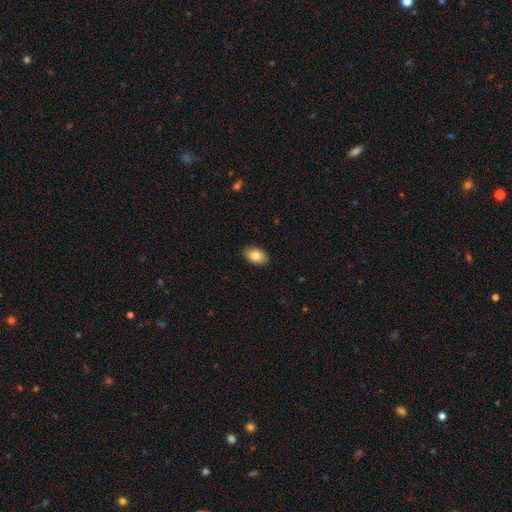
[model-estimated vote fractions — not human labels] Overall: smooth (81%). How rounded: in between (89%). Merging: none (89%).